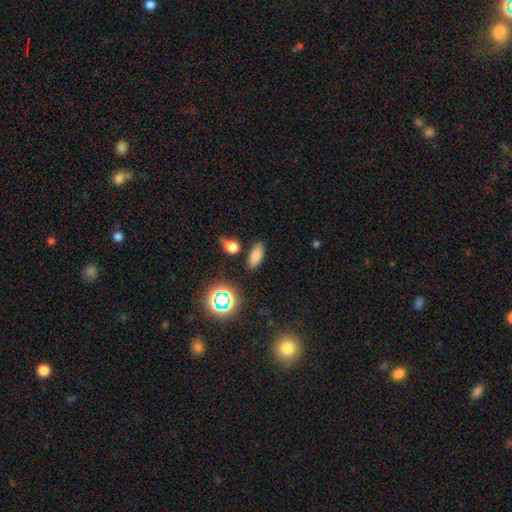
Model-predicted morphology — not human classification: smooth-or-featured: smooth: 75% | star or artifact: 17% | featured or disk: 8%
  how-rounded: in between: 85% | cigar-shaped: 10% | round: 6%
  merging: none: 79% | minor disturbance: 11% | merger: 6% | major disturbance: 4%